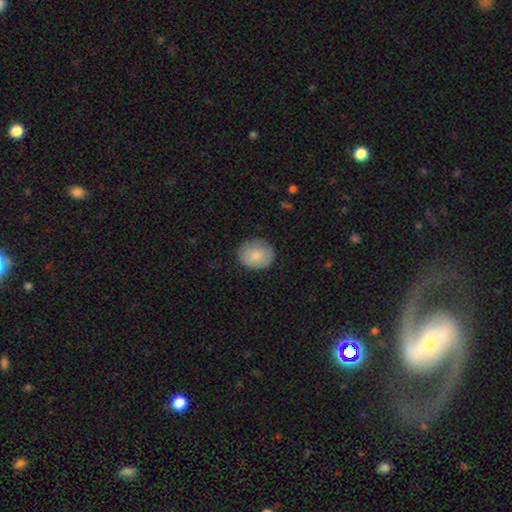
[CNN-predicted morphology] This appears to be a smooth galaxy with no disk features (84%) that is round (71%). Merging: none (83%).